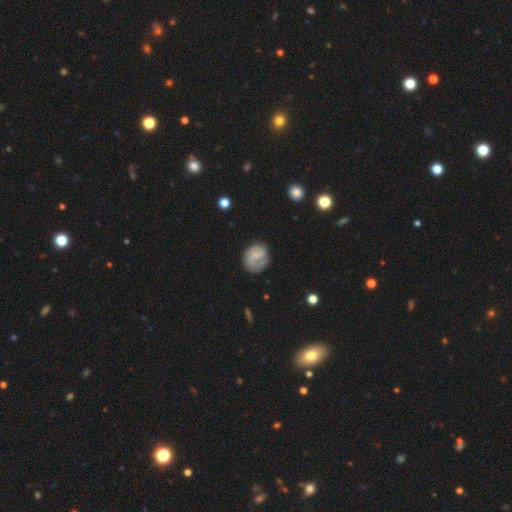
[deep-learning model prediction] Smooth or featured? Predicted: smooth (p=0.52). How rounded? Predicted: round (p=0.69). Merging? Predicted: none (p=0.56).